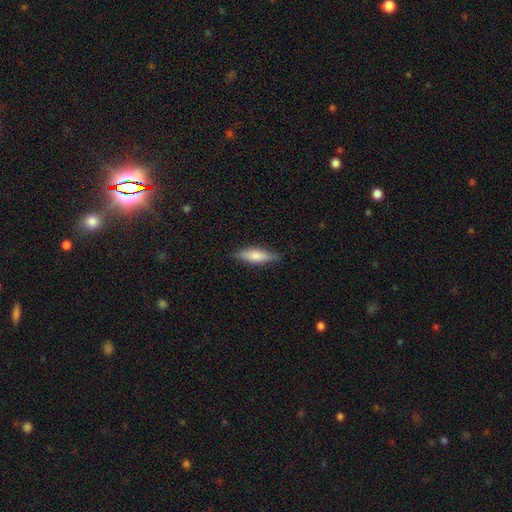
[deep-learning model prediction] Smooth or featured?
  - smooth: 69% *
  - featured or disk: 25%
  - star or artifact: 6%
How rounded?
  - cigar-shaped: 55% *
  - in between: 43%
  - round: 2%
Merging?
  - none: 82% *
  - minor disturbance: 14%
  - major disturbance: 3%
  - merger: 1%